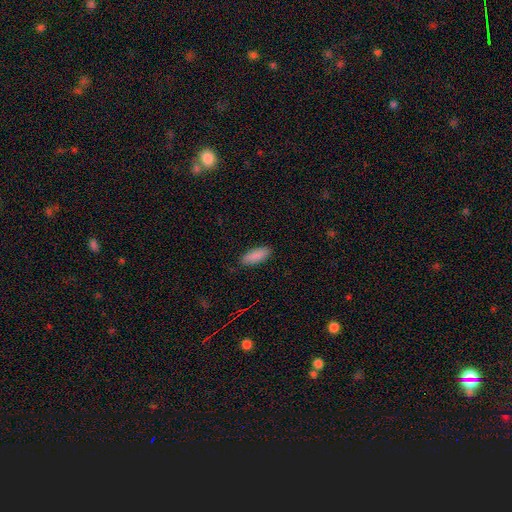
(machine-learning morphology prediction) Smooth or featured?
  - smooth: 89% *
  - star or artifact: 6%
  - featured or disk: 5%
How rounded?
  - in between: 76% *
  - cigar-shaped: 22%
  - round: 2%
Merging?
  - none: 87% *
  - minor disturbance: 10%
  - major disturbance: 2%
  - merger: 1%